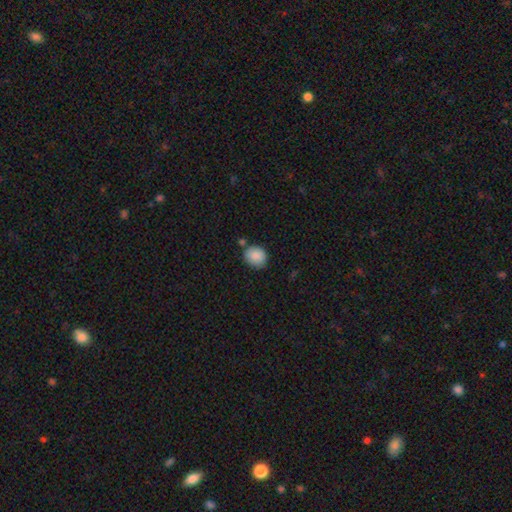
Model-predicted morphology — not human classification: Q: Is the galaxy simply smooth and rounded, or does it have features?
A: smooth — 89%.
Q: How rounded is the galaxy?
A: round — 75%.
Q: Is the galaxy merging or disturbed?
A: none — 73%.